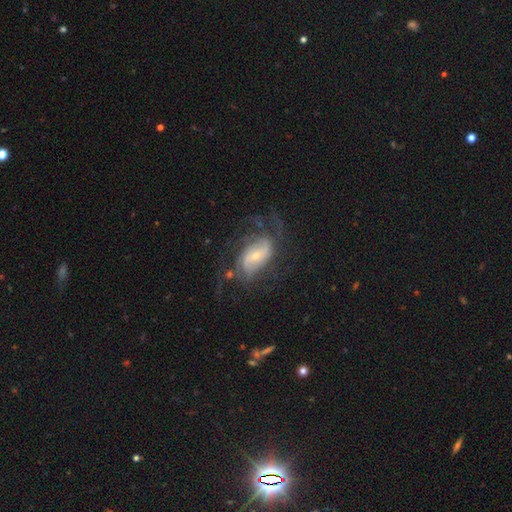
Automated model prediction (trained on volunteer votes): Morphology: type=featured or disk (80%); edge-on=no (95%); bar=no (48%); spiral arms=yes (90%); winding=medium (42%); arm count=2 (41%); bulge=small (66%); merging=none (54%).